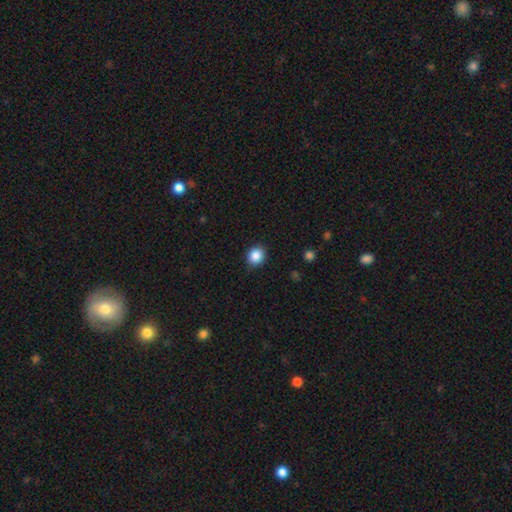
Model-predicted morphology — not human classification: Q: Smooth or featured?
A: smooth (87%); runner-up: star or artifact (10%)
Q: How rounded?
A: round (80%); runner-up: in between (19%)
Q: Merging?
A: none (88%); runner-up: minor disturbance (9%)